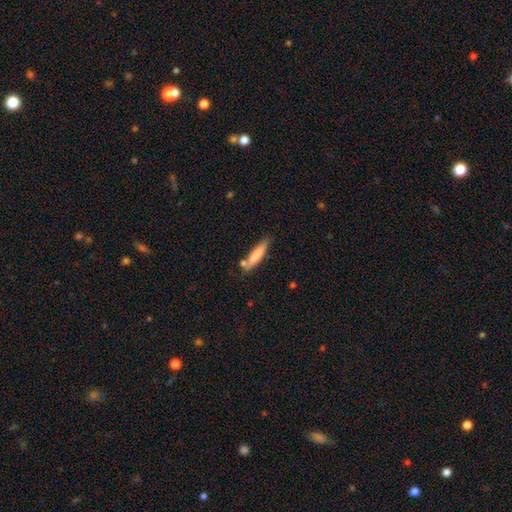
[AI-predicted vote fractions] Smooth or featured? Predicted: smooth (p=0.76). How rounded? Predicted: cigar-shaped (p=0.84). Merging? Predicted: none (p=0.71).